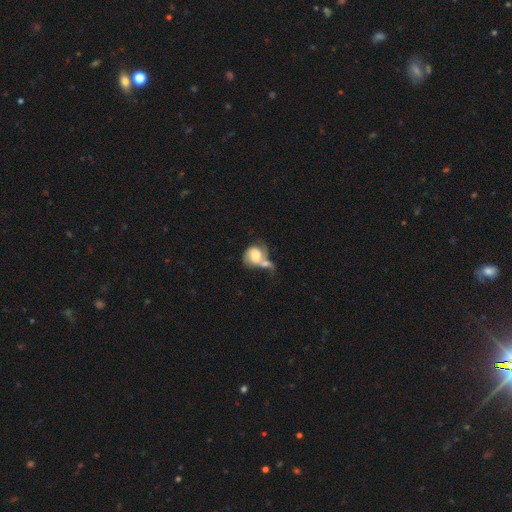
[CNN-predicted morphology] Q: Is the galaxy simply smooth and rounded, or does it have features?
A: smooth — 50%.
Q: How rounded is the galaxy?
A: round — 59%.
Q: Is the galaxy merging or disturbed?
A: merger — 57%.